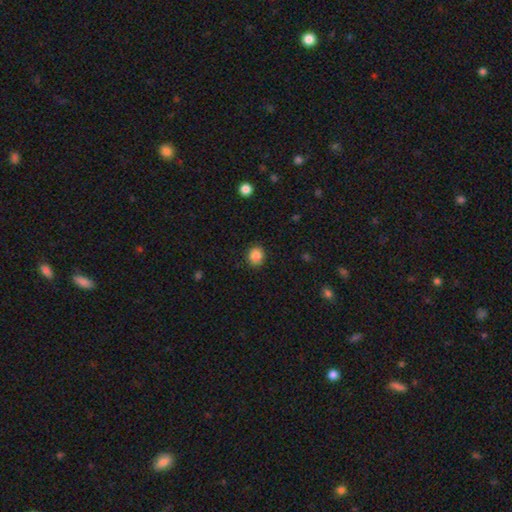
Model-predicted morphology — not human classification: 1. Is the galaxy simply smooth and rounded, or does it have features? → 86% smooth, 10% star or artifact, 4% featured or disk.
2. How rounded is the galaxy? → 74% round, 25% in between, 1% cigar-shaped.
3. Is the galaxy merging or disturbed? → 88% none, 9% minor disturbance, 2% major disturbance, 1% merger.